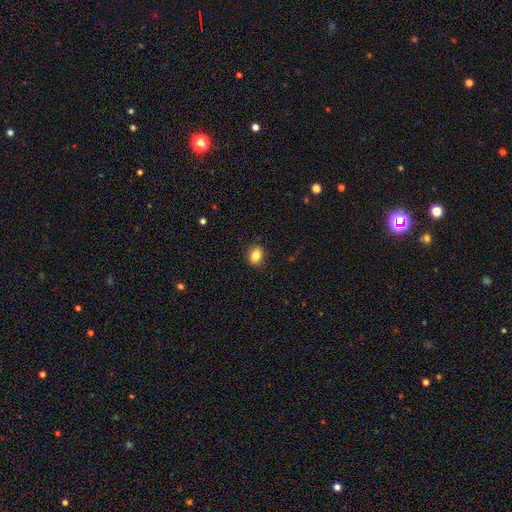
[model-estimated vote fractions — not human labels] Morphology: type=smooth (84%); roundness=in between (61%); merging=none (86%).